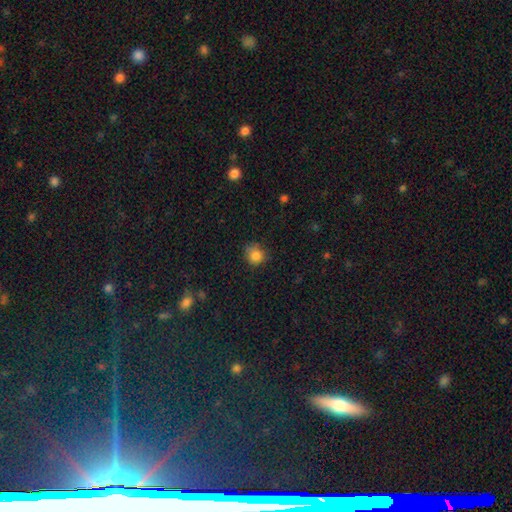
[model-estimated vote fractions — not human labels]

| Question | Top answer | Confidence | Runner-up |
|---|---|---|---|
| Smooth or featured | smooth | 84% | star or artifact (11%) |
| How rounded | round | 82% | in between (17%) |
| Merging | none | 72% | minor disturbance (22%) |